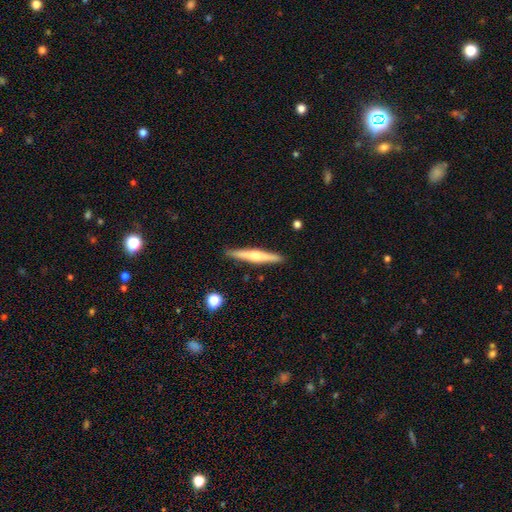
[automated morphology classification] Overall: featured or disk (58%; smooth 36%). Edge-on disk: yes (98%). Edge-on bulge: rounded (79%). Merging: none (90%).